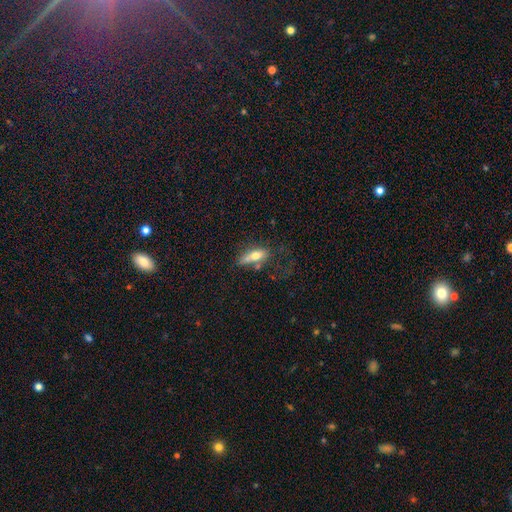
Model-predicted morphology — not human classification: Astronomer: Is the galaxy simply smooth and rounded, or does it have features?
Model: smooth — 64%.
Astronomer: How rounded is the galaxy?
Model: in between — 64%.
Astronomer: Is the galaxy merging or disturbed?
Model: none — 42% (runner-up: minor disturbance, 24%).